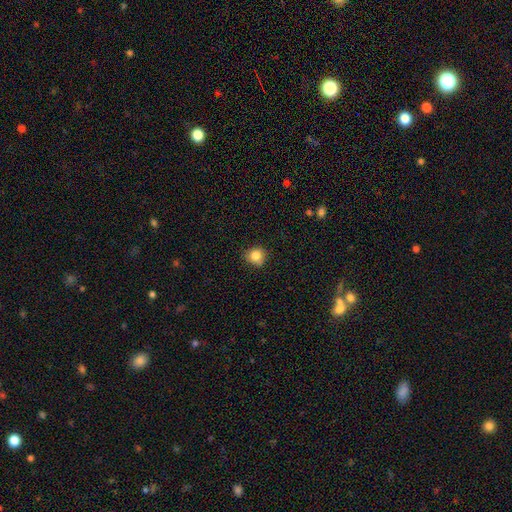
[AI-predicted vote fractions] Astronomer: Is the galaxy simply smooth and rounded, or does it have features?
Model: smooth — 84%.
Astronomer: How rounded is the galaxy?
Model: round — 85%.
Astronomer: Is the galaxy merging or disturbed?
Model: none — 79%.